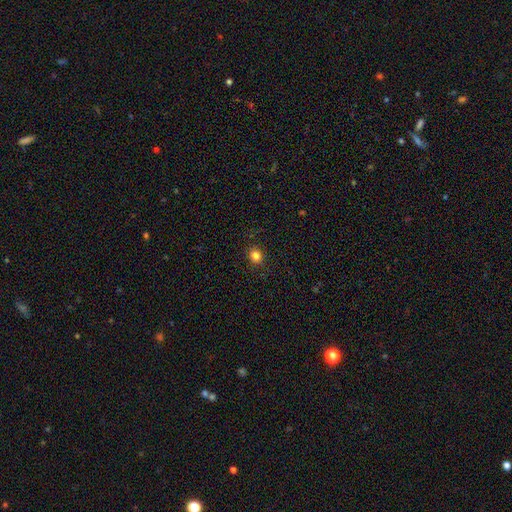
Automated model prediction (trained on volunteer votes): A smooth galaxy with no disk features (82%) that is round (76%).

Vote fractions:
- Smooth or featured? smooth: 82% / star or artifact: 13% / featured or disk: 5%
- How rounded? round: 76% / in between: 23% / cigar-shaped: 1%
- Merging? none: 90% / minor disturbance: 7% / major disturbance: 2% / merger: 1%